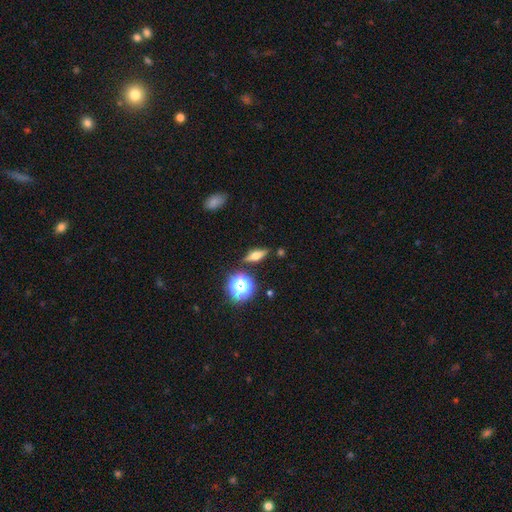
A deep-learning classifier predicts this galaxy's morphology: Smooth or featured?
  - featured or disk: 46% *
  - smooth: 40%
  - star or artifact: 15%
Merging?
  - none: 85% *
  - minor disturbance: 10%
  - merger: 3%
  - major disturbance: 3%